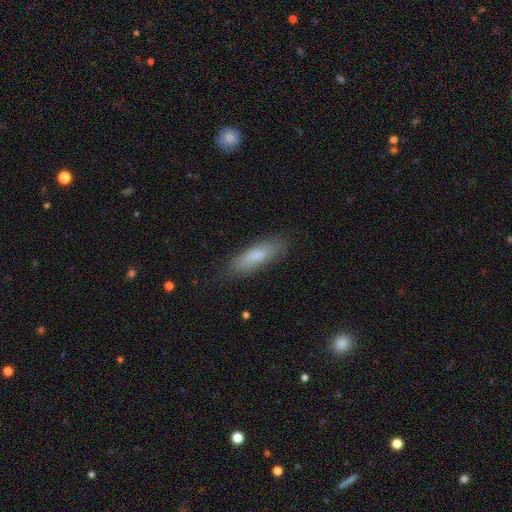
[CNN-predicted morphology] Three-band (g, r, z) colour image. It shows a smooth galaxy with no disk features (78%) that is cigar-shaped (54%). Merging: none (79%).